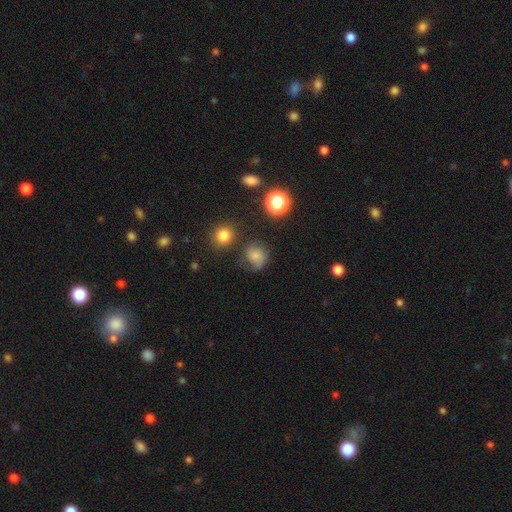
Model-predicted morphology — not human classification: Smooth or featured?
  - smooth: 66% *
  - star or artifact: 18%
  - featured or disk: 16%
How rounded?
  - round: 73% *
  - in between: 26%
  - cigar-shaped: 1%
Merging?
  - none: 52% *
  - minor disturbance: 27%
  - major disturbance: 16%
  - merger: 5%